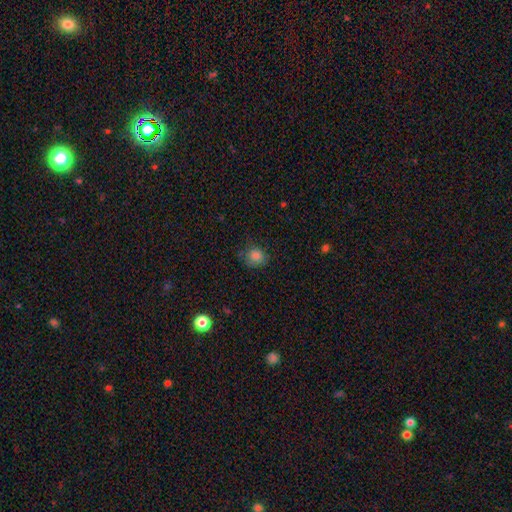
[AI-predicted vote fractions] This is clearly a smooth galaxy (82%). How rounded: likely round (78%). Merging: likely none (73%).